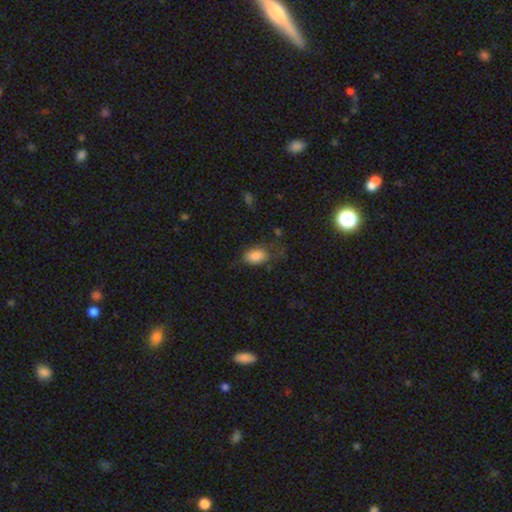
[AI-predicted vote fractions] This is clearly a smooth galaxy (86%). How rounded: clearly in between (90%). Merging: likely none (61%).